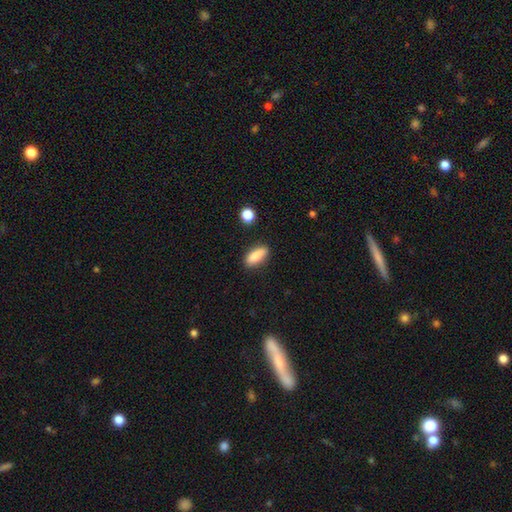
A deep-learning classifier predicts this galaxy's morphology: This is clearly a smooth galaxy (85%). How rounded: likely in between (66%). Merging: clearly none (84%).